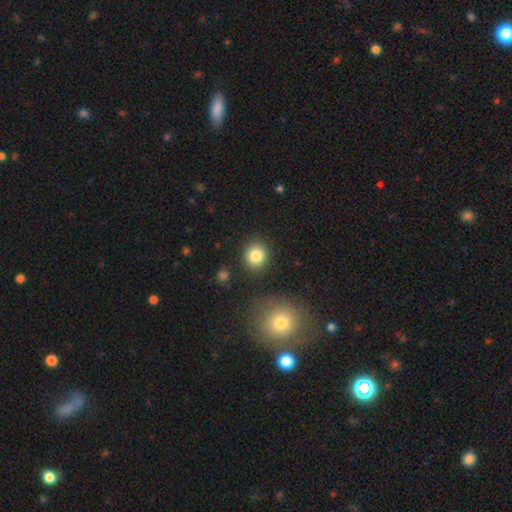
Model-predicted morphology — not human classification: smooth-or-featured: smooth: 85% | star or artifact: 10% | featured or disk: 6%
  how-rounded: round: 82% | in between: 17% | cigar-shaped: 1%
  merging: none: 87% | minor disturbance: 7% | merger: 3% | major disturbance: 3%